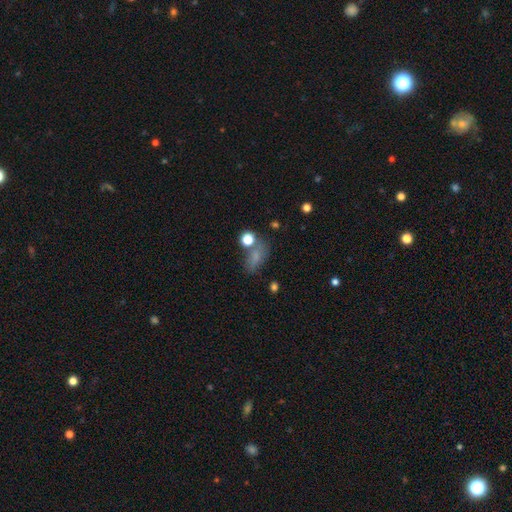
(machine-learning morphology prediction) Overall: smooth (70%). How rounded: in between (76%). Merging: none (53%; minor disturbance 21%).